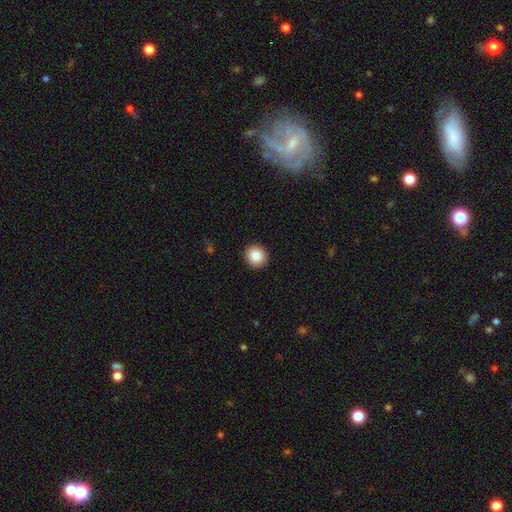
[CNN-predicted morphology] A smooth galaxy with no disk features (86%) that is round (89%). Merging: none (92%).